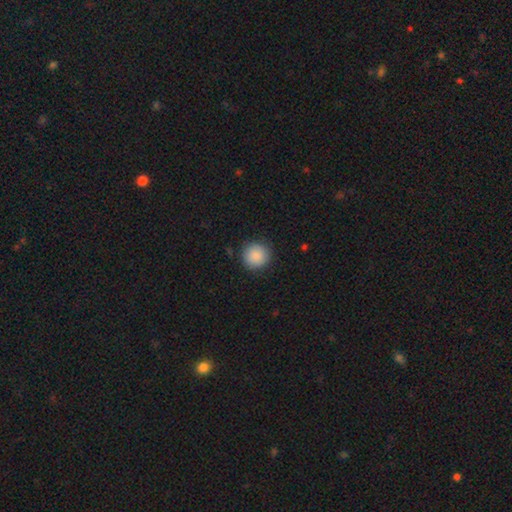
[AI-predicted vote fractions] Morphology: type=smooth (89%); roundness=round (95%); merging=none (90%).